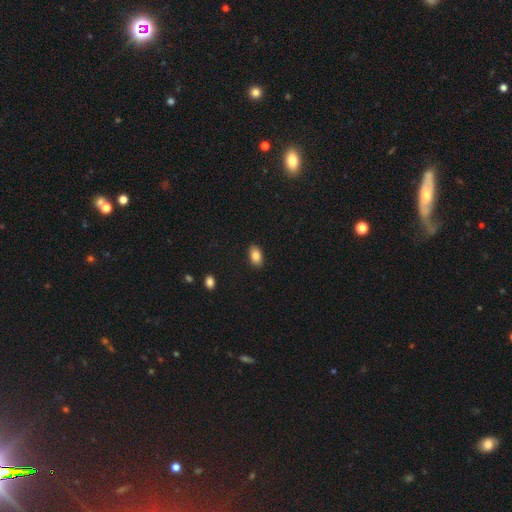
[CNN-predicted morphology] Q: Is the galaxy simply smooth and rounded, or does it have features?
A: smooth — 85%.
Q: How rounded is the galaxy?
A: in between — 90%.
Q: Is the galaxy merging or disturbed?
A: none — 88%.